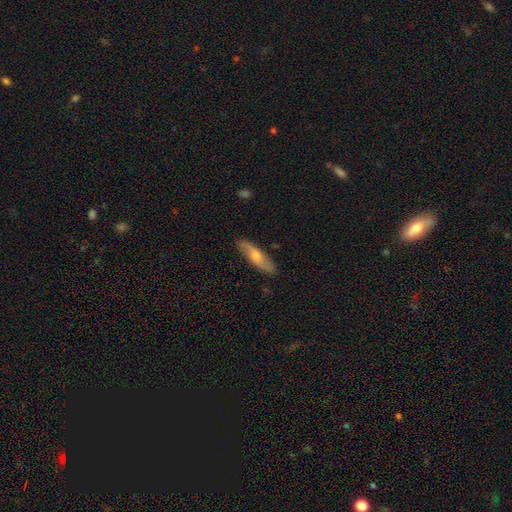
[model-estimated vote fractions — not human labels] A featured or disk galaxy (51%).

Vote fractions:
- Smooth or featured? featured or disk: 51% / smooth: 43% / star or artifact: 6%
- Edge-on disk? no: 57% / yes: 43%
- Merging? none: 85% / minor disturbance: 11% / major disturbance: 2% / merger: 1%